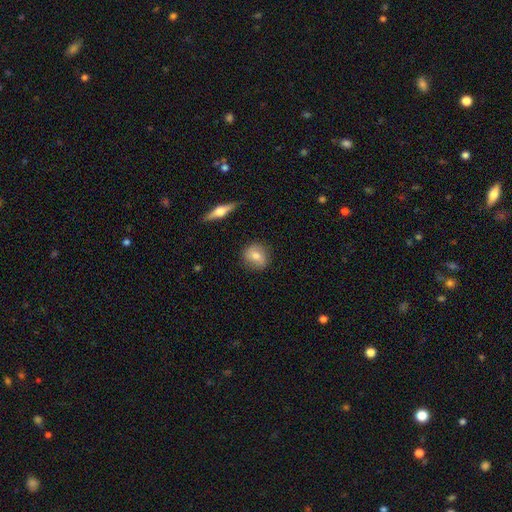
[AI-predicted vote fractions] Smooth or featured?
  - smooth: 65% *
  - featured or disk: 28%
  - star or artifact: 8%
How rounded?
  - round: 70% *
  - in between: 28%
  - cigar-shaped: 3%
Merging?
  - none: 83% *
  - minor disturbance: 13%
  - major disturbance: 3%
  - merger: 2%